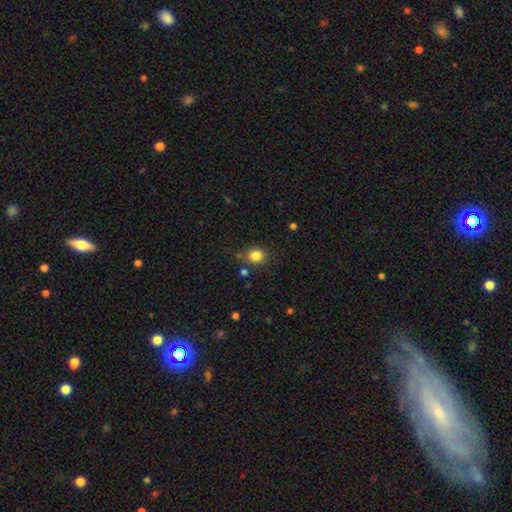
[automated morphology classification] A smooth galaxy with no disk features (84%) that is round (81%). Merging: none (80%).